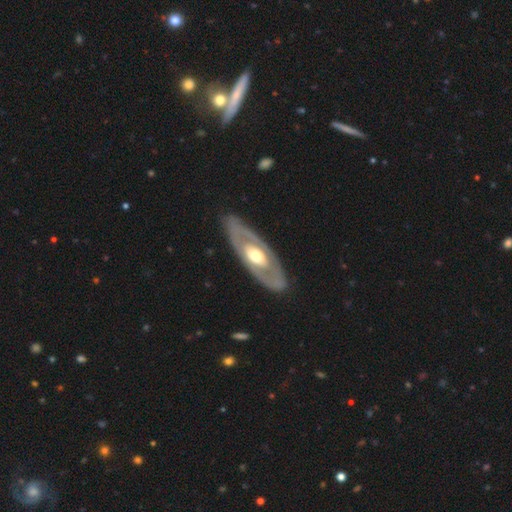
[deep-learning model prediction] Overall: featured or disk (68%; smooth 28%). Edge-on disk: no (82%). Bar: no (83%). Spiral arms: no (79%). Bulge size: moderate (69%). Merging: none (82%).